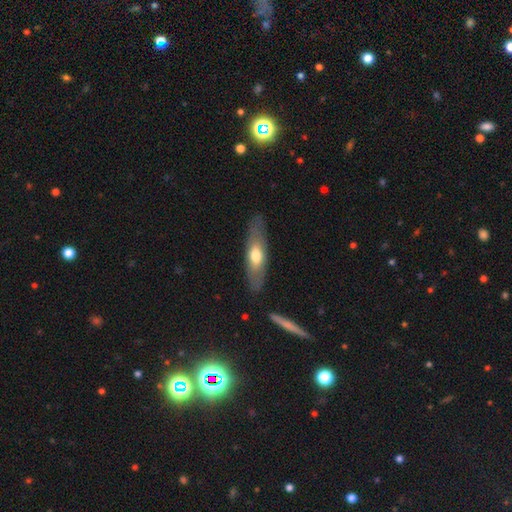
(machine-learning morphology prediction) Smooth or featured?
  - smooth: 55% *
  - featured or disk: 39%
  - star or artifact: 5%
How rounded?
  - cigar-shaped: 50% *
  - in between: 48%
  - round: 2%
Merging?
  - none: 82% *
  - minor disturbance: 13%
  - major disturbance: 4%
  - merger: 2%